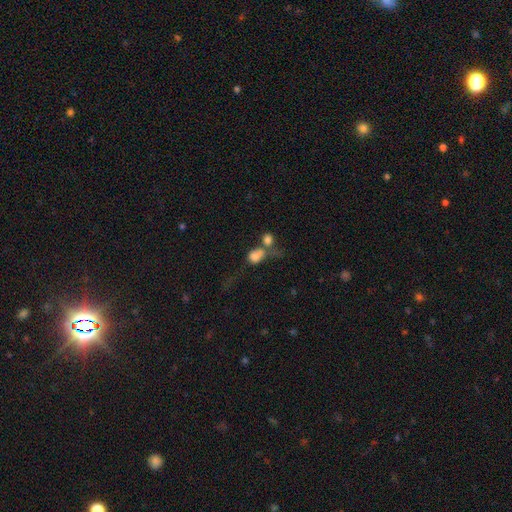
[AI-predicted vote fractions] This is likely a smooth galaxy (73%). How rounded: possibly in between (54%). Merging: possibly merger (60%).